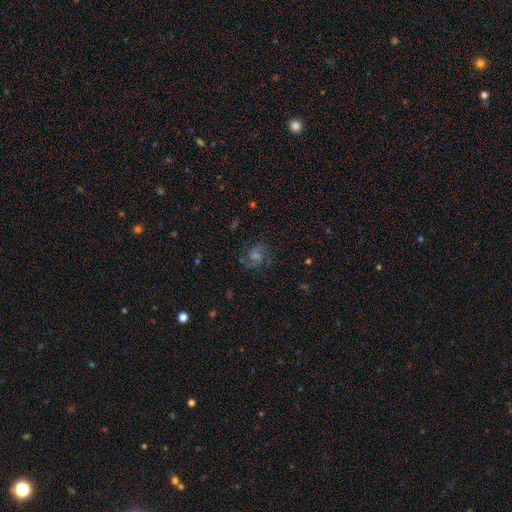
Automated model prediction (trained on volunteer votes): Morphology: type=featured or disk (56%); edge-on=no (97%); bar=no (52%); spiral arms=yes (90%); bulge=small (37%); merging=none (78%).